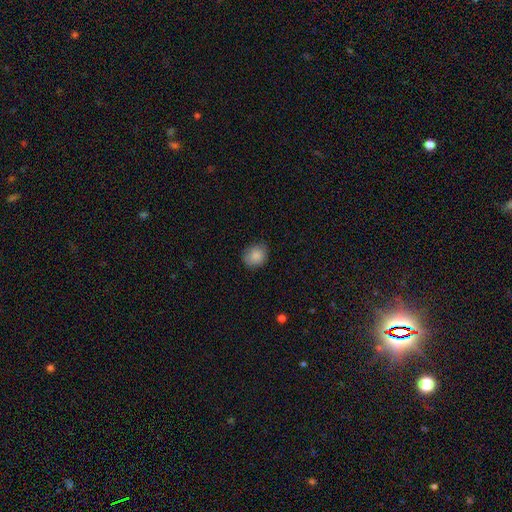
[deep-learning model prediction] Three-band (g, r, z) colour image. It shows a smooth galaxy with no disk features (86%) that is round (69%). Merging: none (77%).